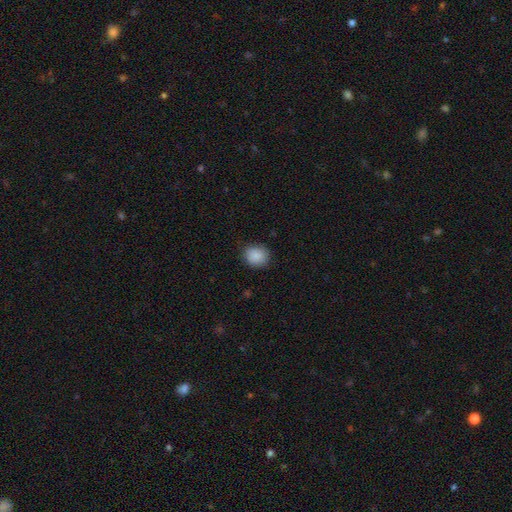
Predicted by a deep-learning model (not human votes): A smooth galaxy with no disk features (88%) that is round (73%). Merging: none (85%).